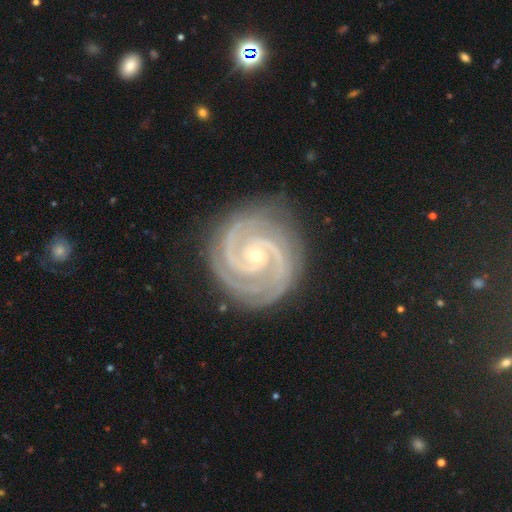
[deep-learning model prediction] Smooth or featured? featured or disk (94%)
Edge-on disk? no (98%)
Bar? no (67%)
Spiral arms? yes (99%)
Spiral winding? tight (77%)
Spiral arm count? 2 (71%)
Bulge size? small (82%)
Merging? none (83%)